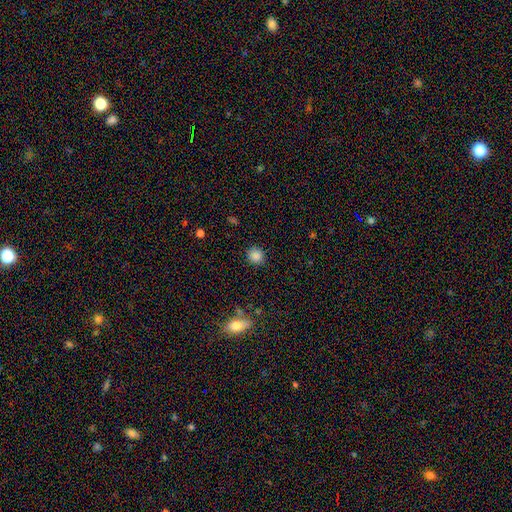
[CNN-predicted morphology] Smooth or featured: smooth — 85% (star or artifact — 11%)
How rounded: round — 89% (in between — 10%)
Merging: none — 89% (minor disturbance — 7%)